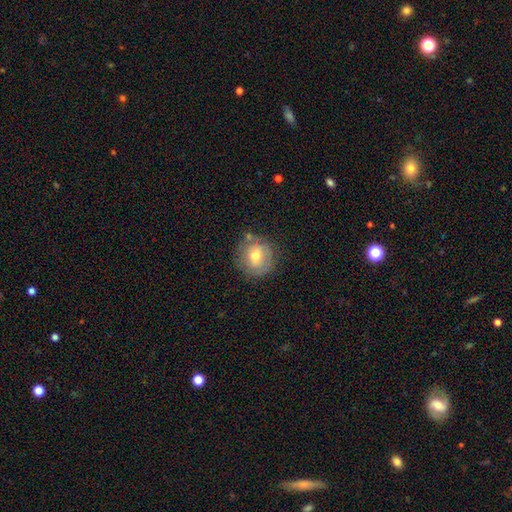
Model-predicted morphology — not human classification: smooth_or_featured: smooth (p=0.61) [alt: featured or disk p=0.29]
how_rounded: round (p=0.86) [alt: in between p=0.13]
merging: none (p=0.71) [alt: minor disturbance p=0.19]